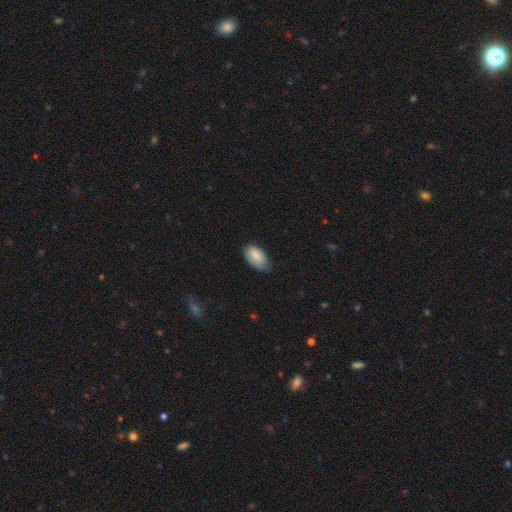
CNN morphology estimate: This is clearly a smooth galaxy (81%). How rounded: clearly in between (93%). Merging: possibly none (51%).